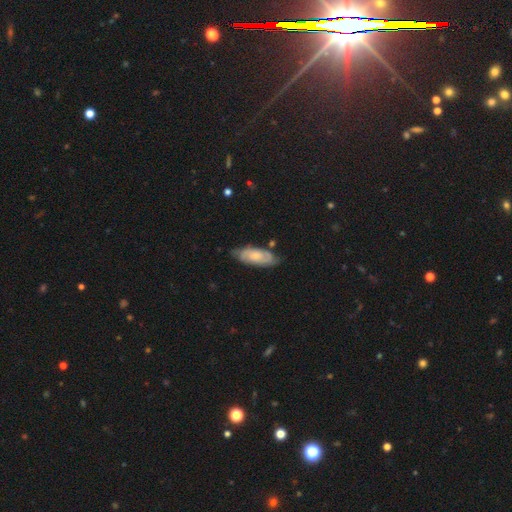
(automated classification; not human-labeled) smooth_or_featured: featured or disk (p=0.58) [alt: smooth p=0.36]
disk_edge_on: no (p=0.89) [alt: yes p=0.11]
bar: no (p=0.73) [alt: weak p=0.23]
has_spiral_arms: yes (p=0.86) [alt: no p=0.14]
bulge_size: small (p=0.56) [alt: moderate p=0.33]
merging: none (p=0.69) [alt: minor disturbance p=0.23]